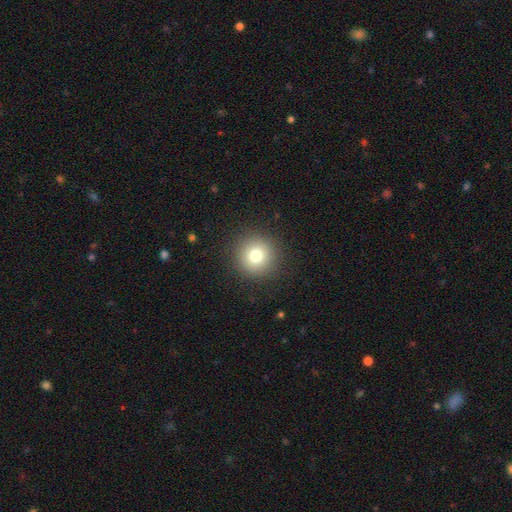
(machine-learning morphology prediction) A smooth galaxy with no disk features (78%) that is round (95%).

Vote fractions:
- Smooth or featured? smooth: 78% / star or artifact: 13% / featured or disk: 10%
- How rounded? round: 95% / in between: 4% / cigar-shaped: 1%
- Merging? none: 91% / minor disturbance: 6% / major disturbance: 3% / merger: 1%